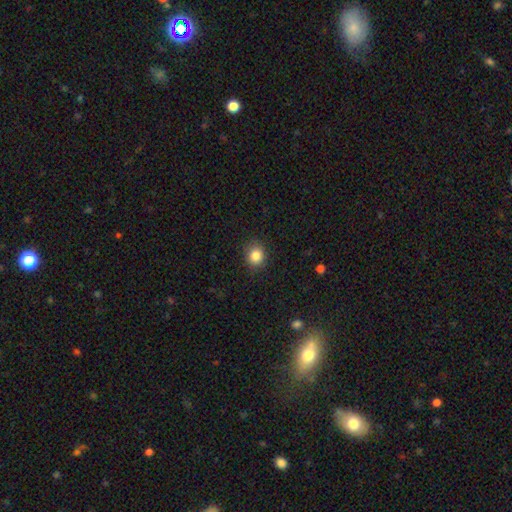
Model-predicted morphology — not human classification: A smooth galaxy with no disk features (85%) that is round (76%). Merging: none (87%).